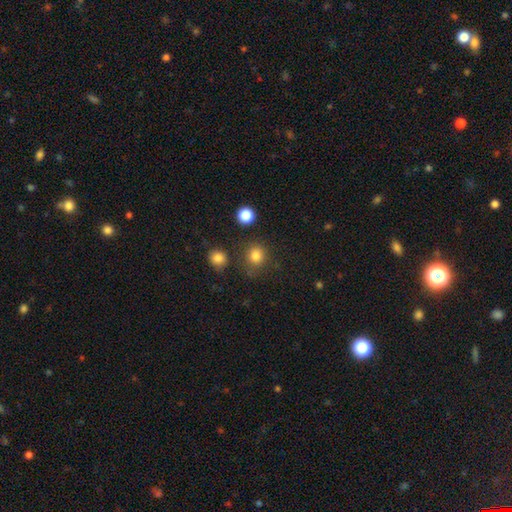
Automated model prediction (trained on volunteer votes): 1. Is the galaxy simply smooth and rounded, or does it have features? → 81% smooth, 14% star or artifact, 5% featured or disk.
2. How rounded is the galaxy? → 85% round, 14% in between, 1% cigar-shaped.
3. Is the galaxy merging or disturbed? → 79% none, 12% minor disturbance, 5% merger, 4% major disturbance.